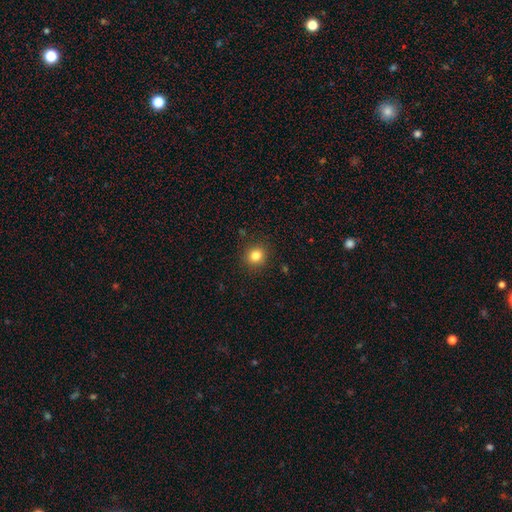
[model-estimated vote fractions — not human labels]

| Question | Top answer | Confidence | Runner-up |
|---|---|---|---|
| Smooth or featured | smooth | 82% | star or artifact (12%) |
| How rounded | round | 89% | in between (11%) |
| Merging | none | 91% | minor disturbance (6%) |